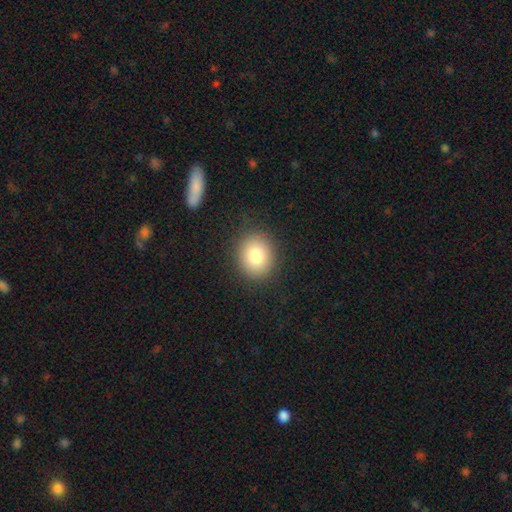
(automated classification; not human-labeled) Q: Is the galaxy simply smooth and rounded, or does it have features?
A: smooth — 80%.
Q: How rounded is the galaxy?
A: round — 69%.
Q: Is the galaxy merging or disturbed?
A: none — 88%.